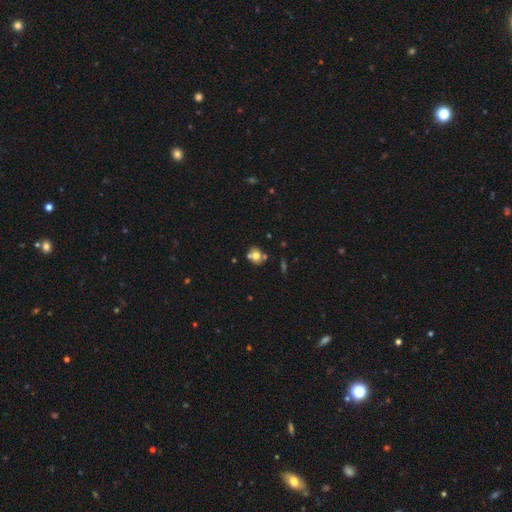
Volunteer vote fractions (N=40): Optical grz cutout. It shows a smooth galaxy with no disk features (68%) that is round (67%). Merging: none (54%).